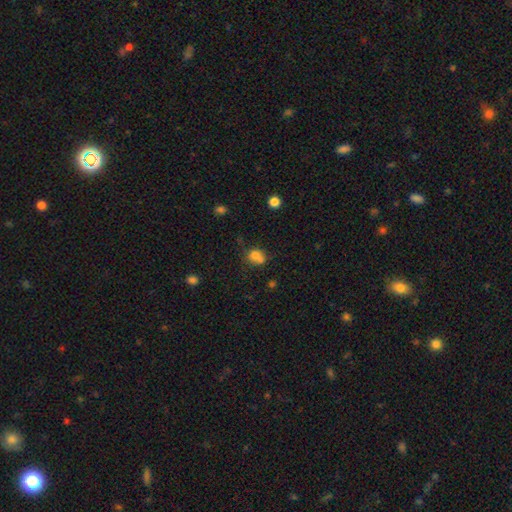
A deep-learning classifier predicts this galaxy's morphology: The model was most divided on "merging": merger: 44%, none: 36%, minor disturbance: 13%, major disturbance: 6%. More confident: smooth or featured — smooth (72%); how rounded — round (67%).